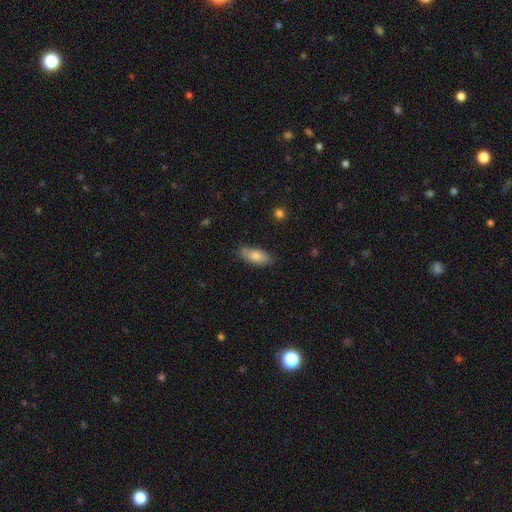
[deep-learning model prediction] This appears to be a smooth galaxy with no disk features (78%) that is in between round and cigar-shaped (79%). Merging: none (81%).